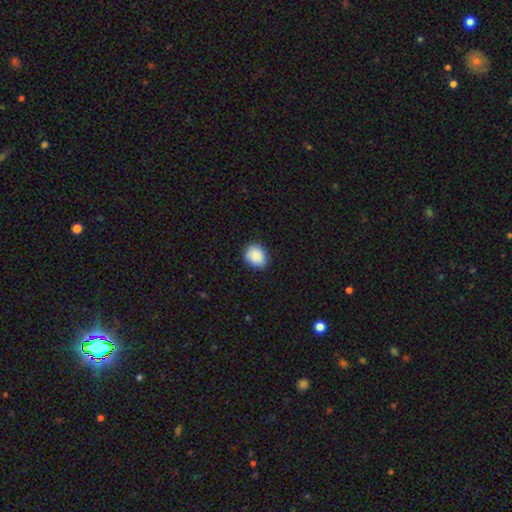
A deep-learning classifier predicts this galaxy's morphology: smooth_or_featured: smooth (p=0.89) [alt: star or artifact p=0.07]
how_rounded: round (p=0.58) [alt: in between p=0.42]
merging: none (p=0.85) [alt: minor disturbance p=0.11]